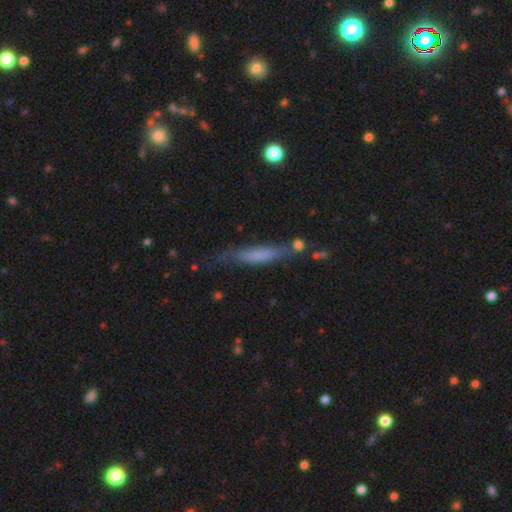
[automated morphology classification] Smooth or featured: smooth — 61% (featured or disk — 31%)
How rounded: cigar-shaped — 86% (in between — 12%)
Merging: none — 62% (minor disturbance — 23%)